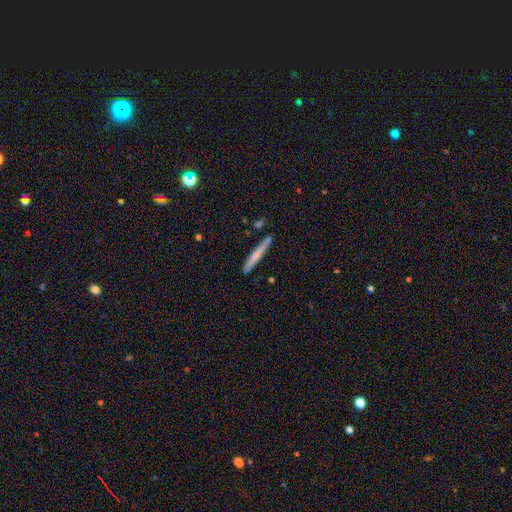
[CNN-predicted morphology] This appears to be a smooth galaxy with no disk features (62%) that is cigar-shaped (96%). Merging: none (82%).